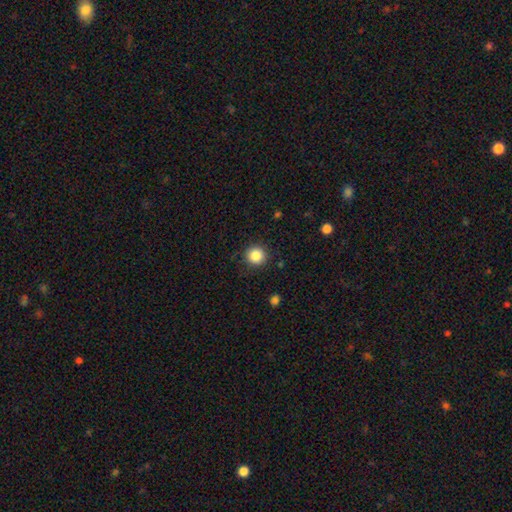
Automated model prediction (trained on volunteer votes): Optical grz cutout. It shows a smooth galaxy with no disk features (85%) that is round (94%). Merging: none (90%).